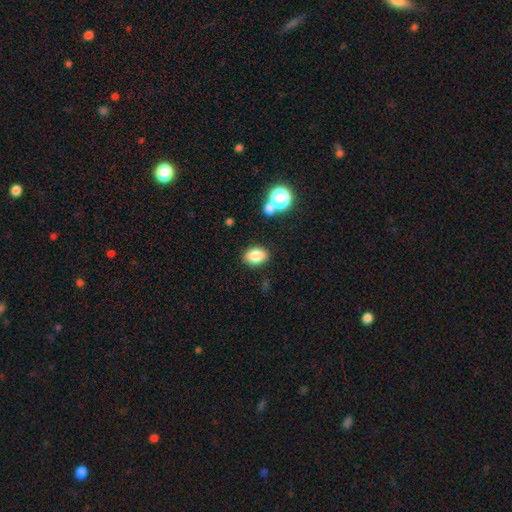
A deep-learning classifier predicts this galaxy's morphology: smooth-or-featured: smooth: 83% | star or artifact: 10% | featured or disk: 7%
  how-rounded: in between: 77% | round: 21% | cigar-shaped: 1%
  merging: none: 84% | minor disturbance: 10% | merger: 4% | major disturbance: 3%